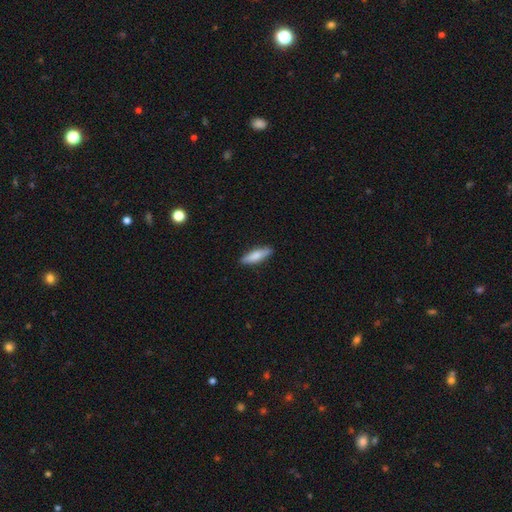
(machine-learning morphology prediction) Smooth or featured?
  - smooth: 74% *
  - featured or disk: 20%
  - star or artifact: 5%
How rounded?
  - cigar-shaped: 65% *
  - in between: 33%
  - round: 2%
Merging?
  - none: 89% *
  - minor disturbance: 9%
  - major disturbance: 2%
  - merger: 1%